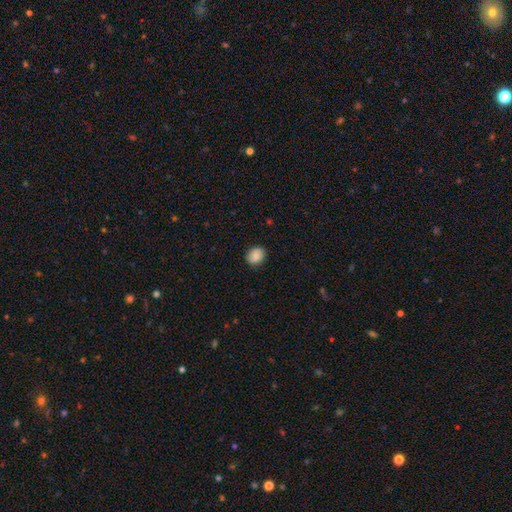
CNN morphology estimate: smooth_or_featured: smooth (p=0.79) [alt: featured or disk p=0.13]
how_rounded: round (p=0.57) [alt: in between p=0.42]
merging: none (p=0.87) [alt: minor disturbance p=0.10]